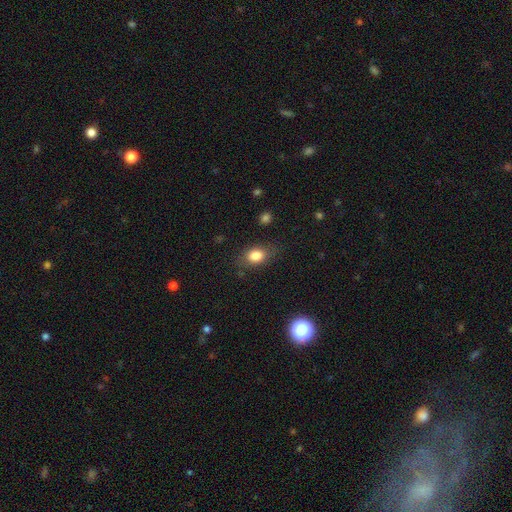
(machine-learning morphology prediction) type=smooth (82%); roundness=in between (75%); merging=none (77%).